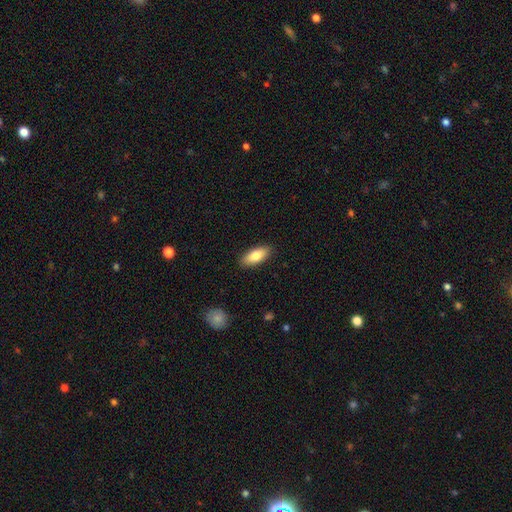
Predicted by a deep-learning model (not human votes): smooth-or-featured: smooth: 80% | featured or disk: 14% | star or artifact: 6%
  how-rounded: in between: 83% | cigar-shaped: 15% | round: 2%
  merging: none: 89% | minor disturbance: 8% | major disturbance: 2% | merger: 1%